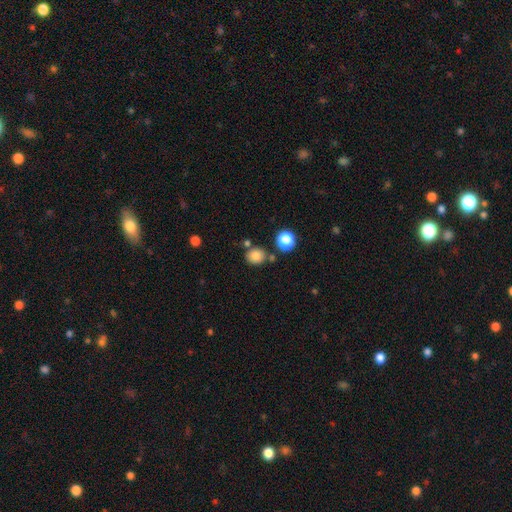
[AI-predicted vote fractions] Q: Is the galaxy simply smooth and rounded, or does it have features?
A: smooth — 82%.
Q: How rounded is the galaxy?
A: round — 70%.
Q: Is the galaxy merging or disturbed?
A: none — 73%.